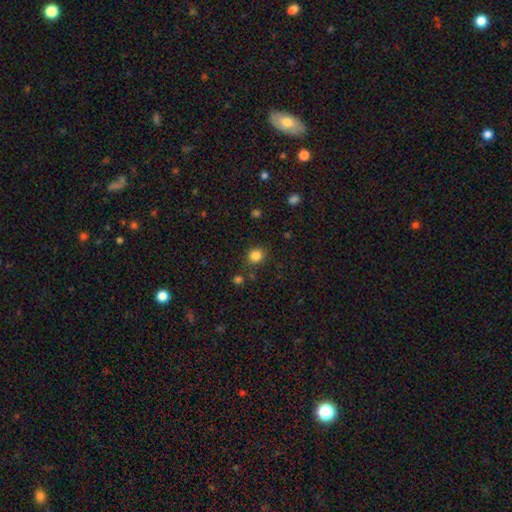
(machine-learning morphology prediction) smooth 83%, star or artifact 12%, featured or disk 4%. Down the decision tree: how rounded — round (84%); merging — none (84%).